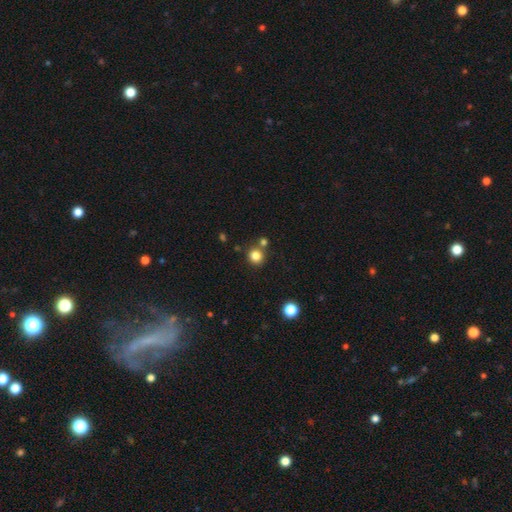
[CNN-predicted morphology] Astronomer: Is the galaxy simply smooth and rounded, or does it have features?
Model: smooth — 82%.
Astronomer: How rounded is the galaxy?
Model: round — 92%.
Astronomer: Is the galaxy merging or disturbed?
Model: none — 75%.